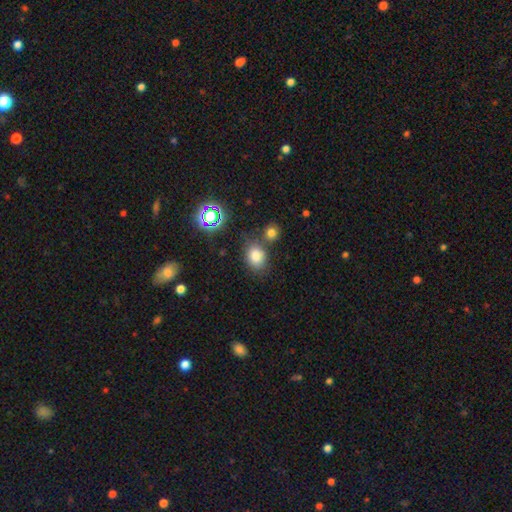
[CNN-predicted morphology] A smooth galaxy with no disk features (78%) that is in between round and cigar-shaped (61%). Merging: none (66%).